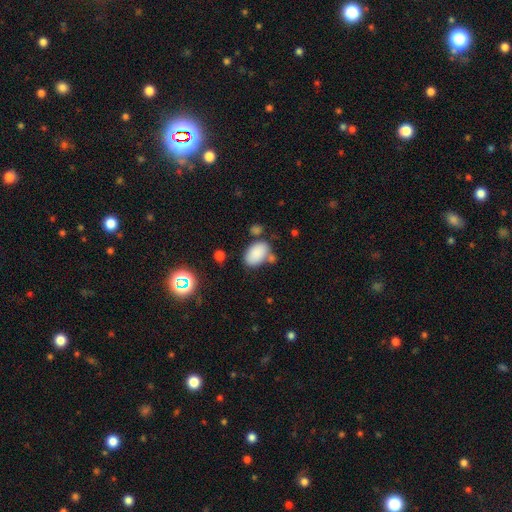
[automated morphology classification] Overall: smooth (85%). How rounded: in between (91%). Merging: none (61%).